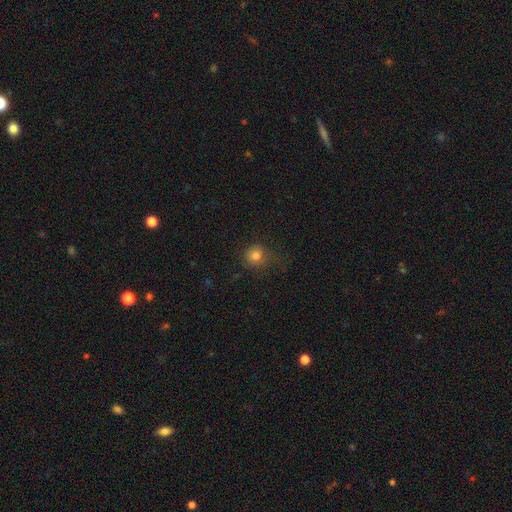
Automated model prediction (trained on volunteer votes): Smooth or featured? smooth (79%)
How rounded? round (86%)
Merging? none (68%)